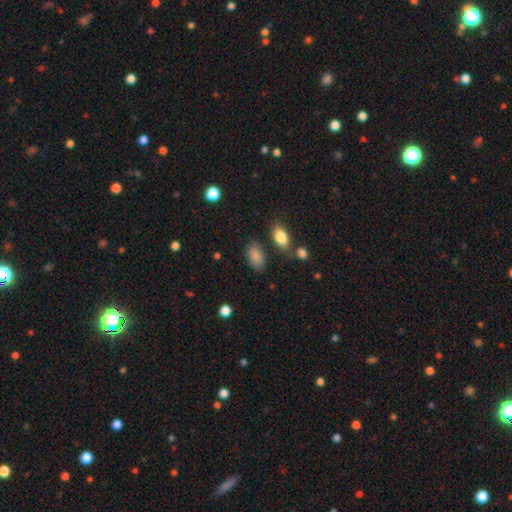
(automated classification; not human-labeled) Smooth or featured: smooth — 86% (star or artifact — 8%)
How rounded: in between — 92% (round — 6%)
Merging: none — 73% (minor disturbance — 17%)